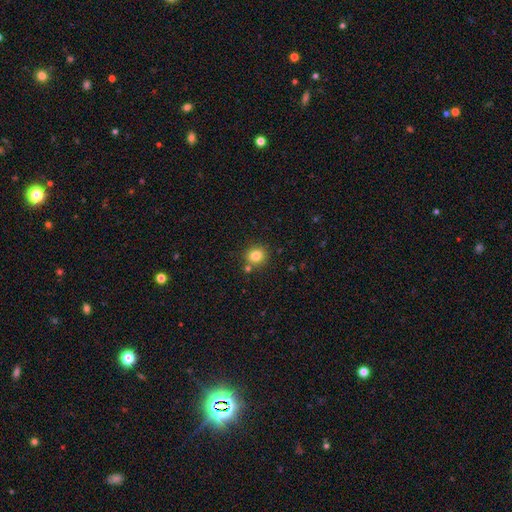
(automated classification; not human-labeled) Smooth or featured? Predicted: smooth (p=0.82). How rounded? Predicted: round (p=0.87). Merging? Predicted: none (p=0.79).